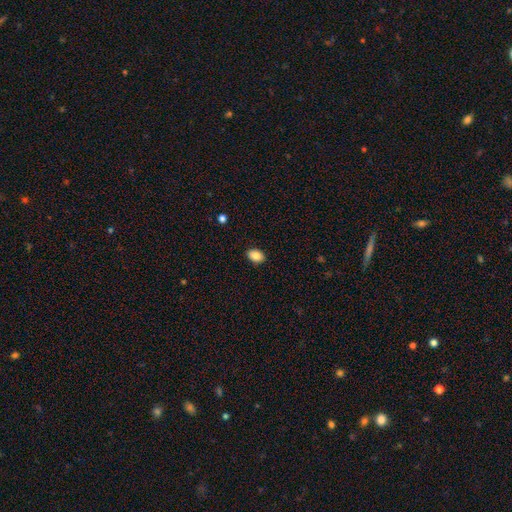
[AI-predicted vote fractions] smooth-or-featured: smooth: 87% | star or artifact: 8% | featured or disk: 5%
  how-rounded: in between: 83% | round: 16% | cigar-shaped: 1%
  merging: none: 89% | minor disturbance: 8% | major disturbance: 2% | merger: 1%